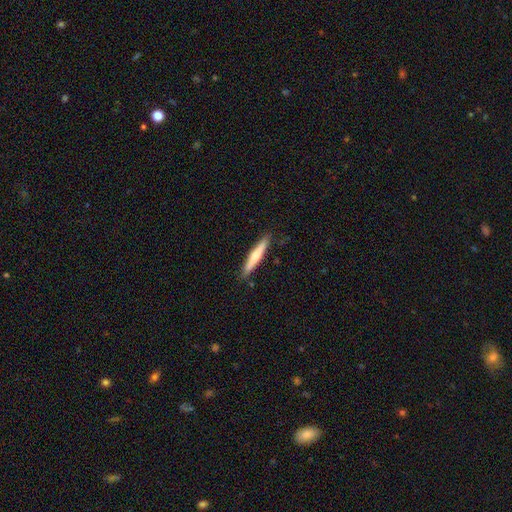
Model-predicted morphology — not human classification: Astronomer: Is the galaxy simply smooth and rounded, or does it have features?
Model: smooth — 55% (runner-up: featured or disk, 40%).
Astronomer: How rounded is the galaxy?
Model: cigar-shaped — 93%.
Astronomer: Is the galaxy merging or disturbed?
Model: none — 88%.